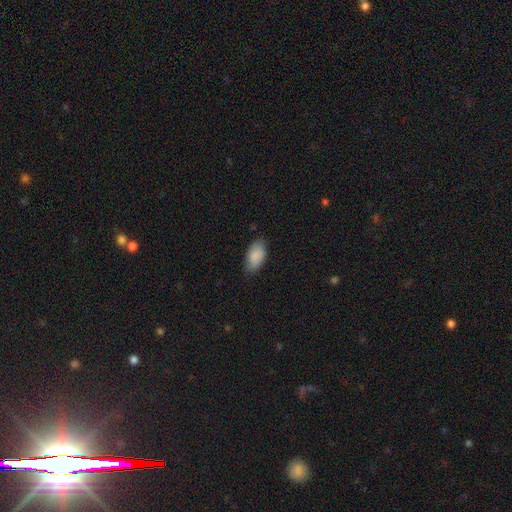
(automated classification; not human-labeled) Smooth or featured? Predicted: smooth (p=0.88). How rounded? Predicted: in between (p=0.94). Merging? Predicted: none (p=0.74).